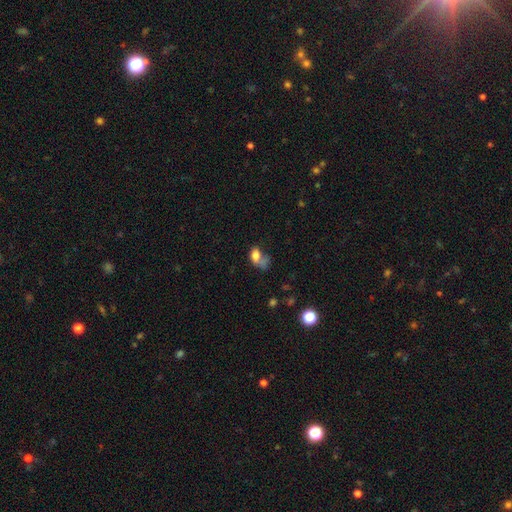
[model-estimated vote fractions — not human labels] The model was most divided on "merging": major disturbance: 34%, merger: 26%, none: 22%, minor disturbance: 18%. More confident: how rounded — in between (82%); smooth or featured — smooth (68%).